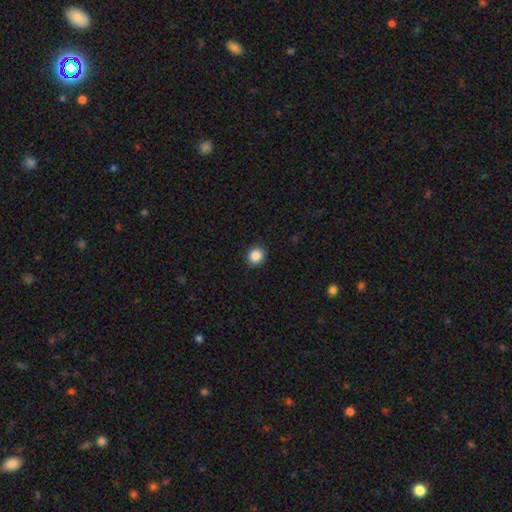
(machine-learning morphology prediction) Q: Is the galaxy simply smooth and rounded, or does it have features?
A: smooth — 87%.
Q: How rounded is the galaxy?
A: round — 87%.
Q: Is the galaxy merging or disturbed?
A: none — 91%.